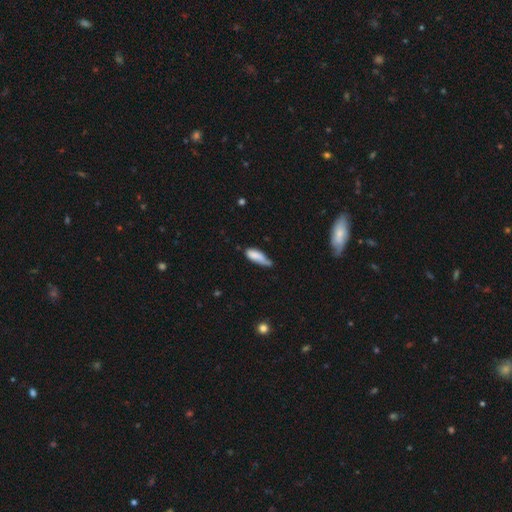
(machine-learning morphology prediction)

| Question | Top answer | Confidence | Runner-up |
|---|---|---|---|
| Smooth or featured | smooth | 79% | featured or disk (14%) |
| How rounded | in between | 60% | cigar-shaped (38%) |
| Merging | minor disturbance | 45% | none (34%) |